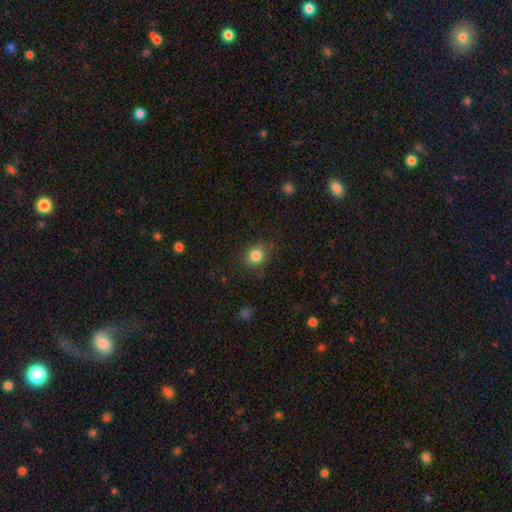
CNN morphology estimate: Smooth or featured?
  - smooth: 83% *
  - star or artifact: 11%
  - featured or disk: 6%
How rounded?
  - round: 79% *
  - in between: 20%
  - cigar-shaped: 1%
Merging?
  - none: 82% *
  - minor disturbance: 13%
  - major disturbance: 3%
  - merger: 1%